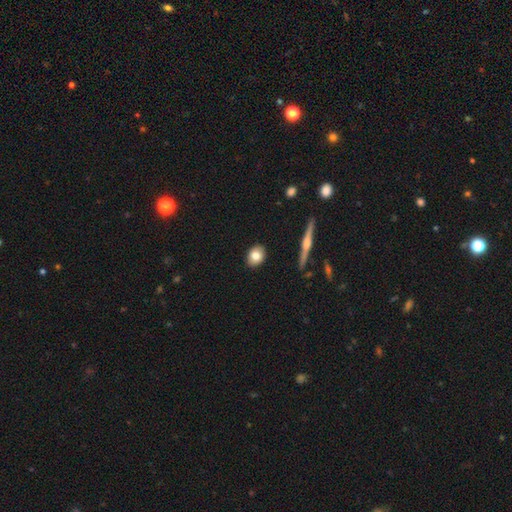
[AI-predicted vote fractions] This is likely a smooth galaxy (79%). How rounded: possibly in between (57%). Merging: clearly none (90%).